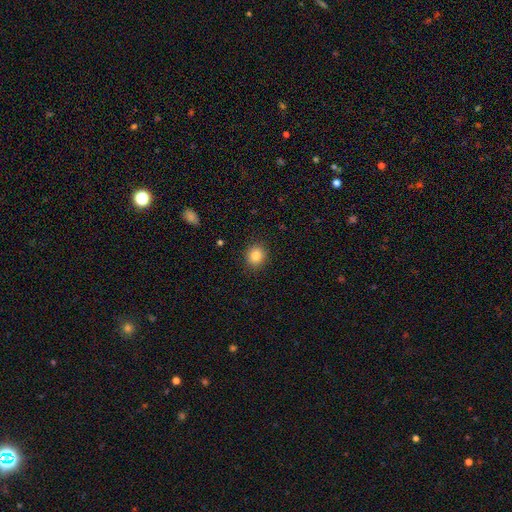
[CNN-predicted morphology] A smooth galaxy with no disk features (85%) that is round (79%). Merging: none (90%).